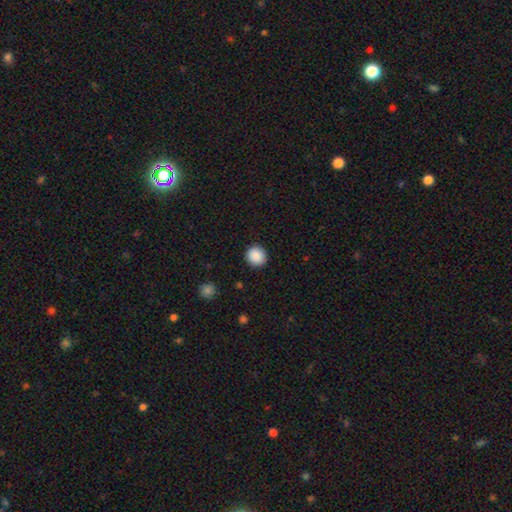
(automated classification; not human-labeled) Overall: smooth (89%). How rounded: round (91%). Merging: none (91%).